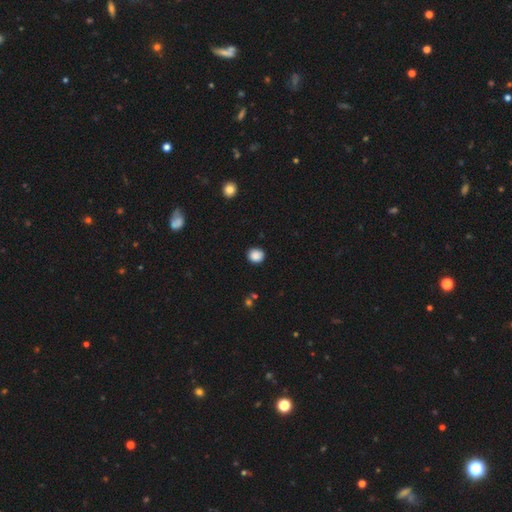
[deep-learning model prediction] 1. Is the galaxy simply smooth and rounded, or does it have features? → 88% smooth, 10% star or artifact, 3% featured or disk.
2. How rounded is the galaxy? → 84% round, 15% in between, 1% cigar-shaped.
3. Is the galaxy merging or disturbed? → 90% none, 7% minor disturbance, 2% major disturbance, 1% merger.